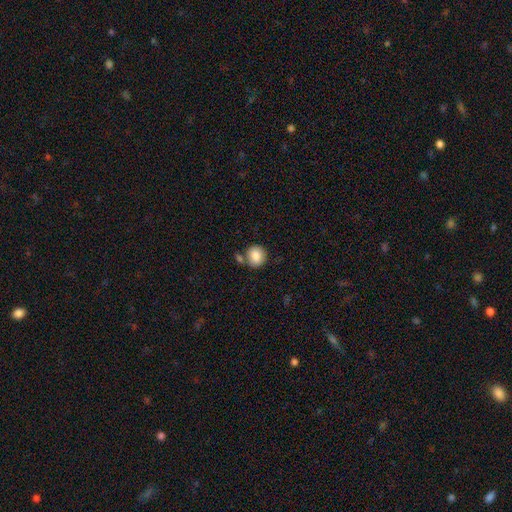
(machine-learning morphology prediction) A smooth galaxy with no disk features (86%) that is round (81%).

Vote fractions:
- Smooth or featured? smooth: 86% / star or artifact: 8% / featured or disk: 6%
- How rounded? round: 81% / in between: 18% / cigar-shaped: 1%
- Merging? none: 67% / merger: 17% / minor disturbance: 12% / major disturbance: 4%